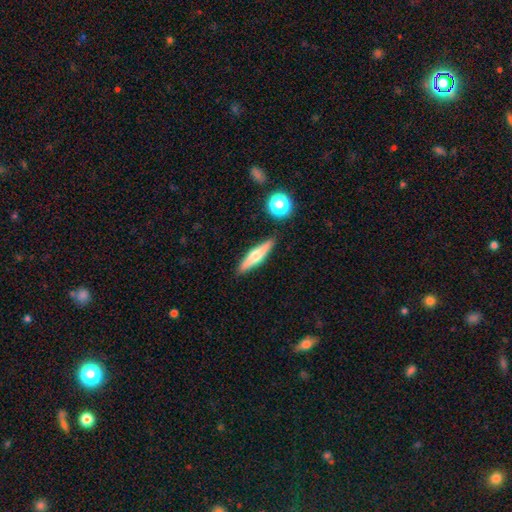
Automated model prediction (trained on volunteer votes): Q: Smooth or featured?
A: featured or disk (48%); runner-up: smooth (45%)
Q: Merging?
A: none (88%); runner-up: minor disturbance (8%)